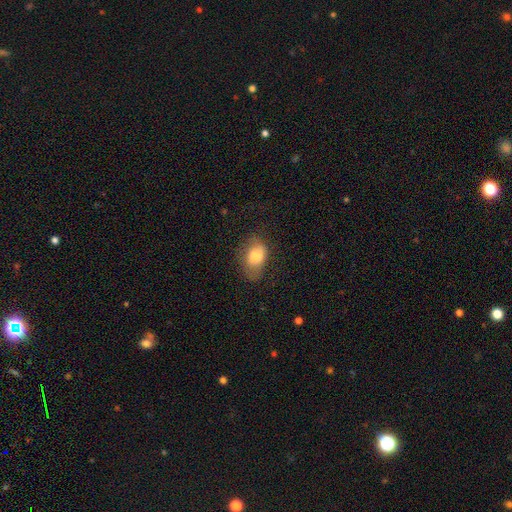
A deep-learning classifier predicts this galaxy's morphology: This appears to be a smooth galaxy with no disk features (72%) that is in between round and cigar-shaped (84%). Merging: none (58%).